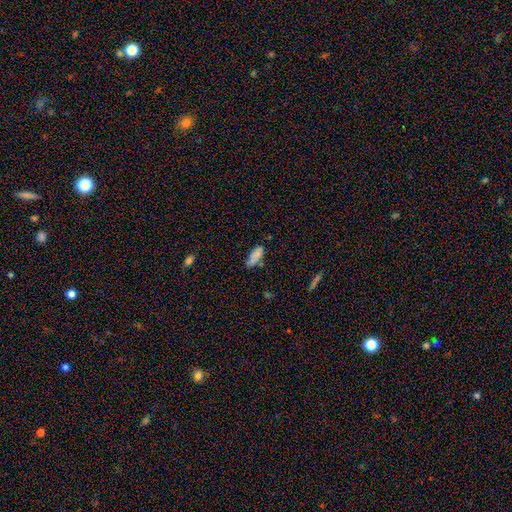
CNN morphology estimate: Overall: smooth (81%). How rounded: in between (75%). Merging: none (66%).